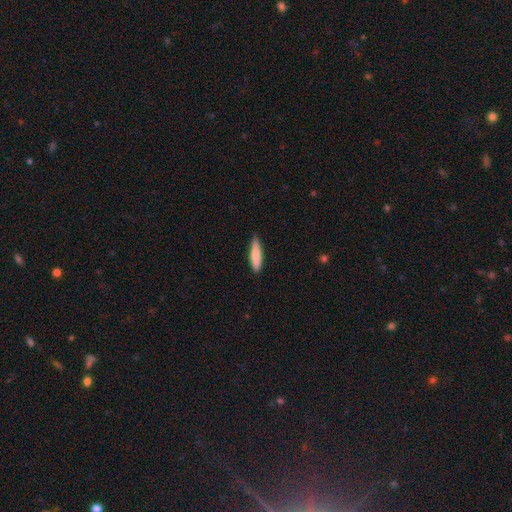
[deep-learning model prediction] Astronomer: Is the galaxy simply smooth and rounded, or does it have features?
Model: smooth — 80%.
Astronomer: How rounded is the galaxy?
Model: cigar-shaped — 78%.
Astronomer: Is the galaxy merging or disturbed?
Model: none — 86%.